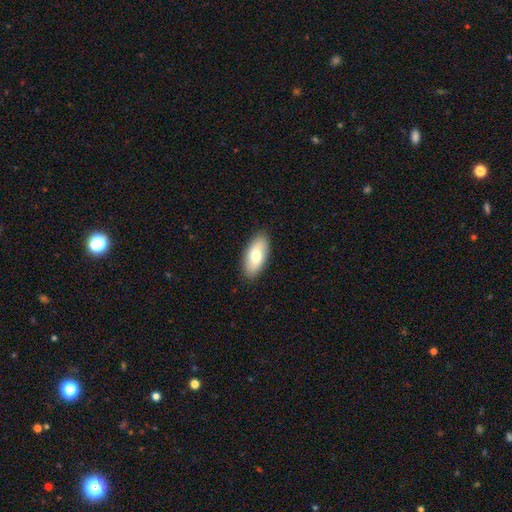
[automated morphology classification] This appears to be a smooth galaxy with no disk features (71%) that is in between round and cigar-shaped (90%). Merging: none (89%).